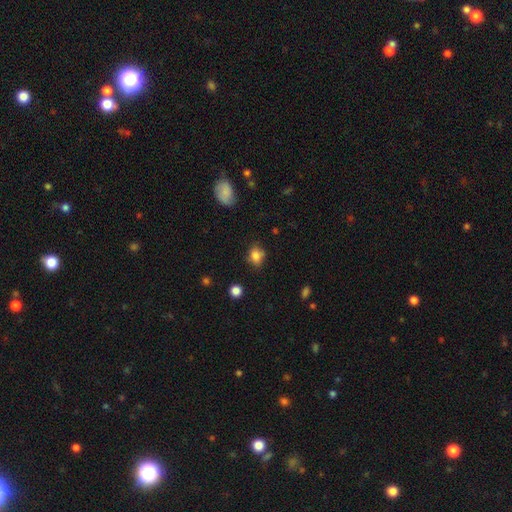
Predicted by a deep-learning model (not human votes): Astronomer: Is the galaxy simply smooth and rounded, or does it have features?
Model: smooth — 80%.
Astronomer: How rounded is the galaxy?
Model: round — 50% (runner-up: in between, 48%).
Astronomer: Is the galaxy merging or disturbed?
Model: none — 68%.